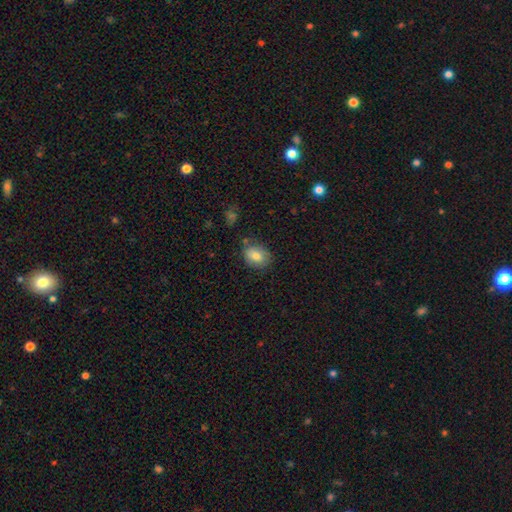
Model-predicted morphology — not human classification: smooth_or_featured: smooth (p=0.81) [alt: featured or disk p=0.10]
how_rounded: in between (p=0.69) [alt: round p=0.30]
merging: none (p=0.71) [alt: minor disturbance p=0.19]